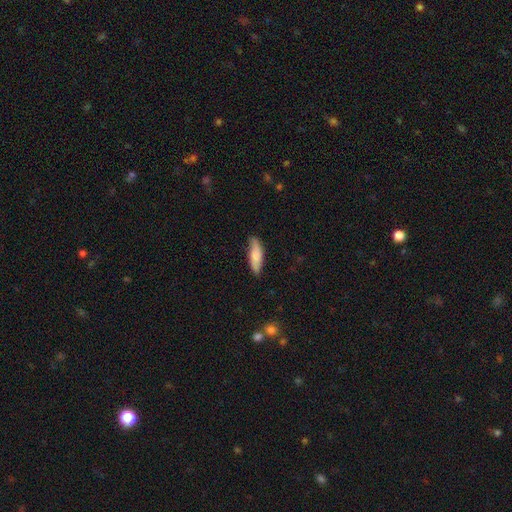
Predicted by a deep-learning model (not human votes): A smooth galaxy with no disk features (72%) that is in between round and cigar-shaped (52%). Merging: none (74%).